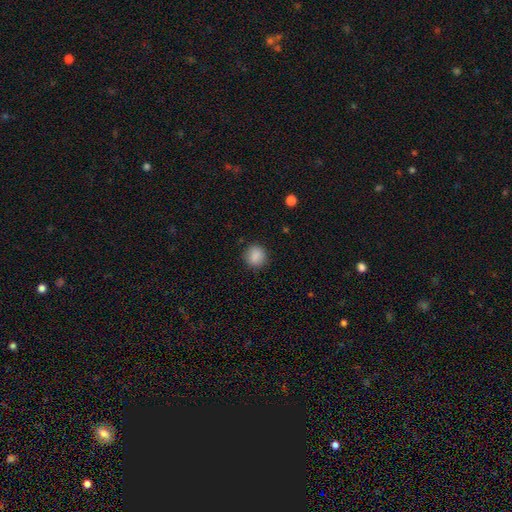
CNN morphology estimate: Smooth or featured: smooth — 88% (star or artifact — 9%)
How rounded: round — 88% (in between — 11%)
Merging: none — 88% (minor disturbance — 8%)